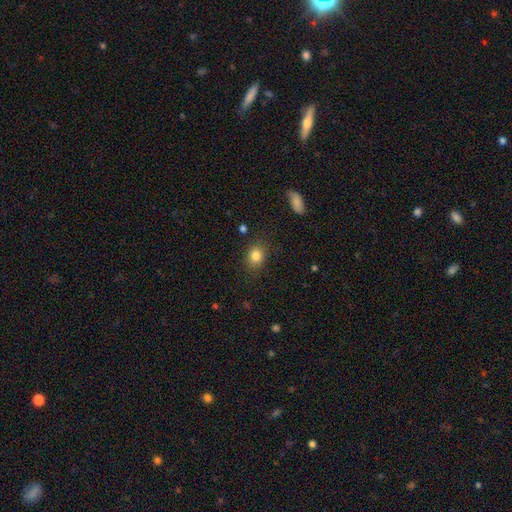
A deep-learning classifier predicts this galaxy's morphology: This appears to be a smooth galaxy with no disk features (83%) that is in between round and cigar-shaped (50%). Merging: none (84%).